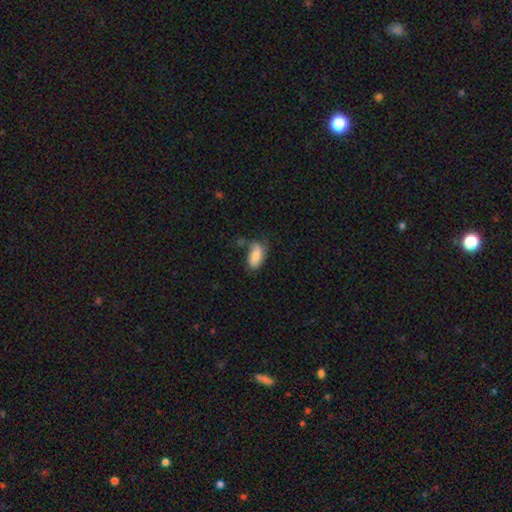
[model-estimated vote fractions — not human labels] smooth-or-featured: smooth: 79% | featured or disk: 14% | star or artifact: 7%
  how-rounded: in between: 89% | cigar-shaped: 8% | round: 3%
  merging: none: 51% | minor disturbance: 30% | major disturbance: 11% | merger: 8%